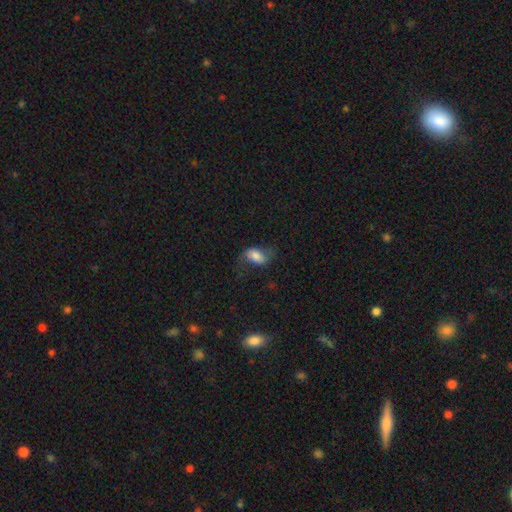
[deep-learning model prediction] This is likely a smooth galaxy (61%). How rounded: clearly in between (87%). Merging: possibly none (52%).